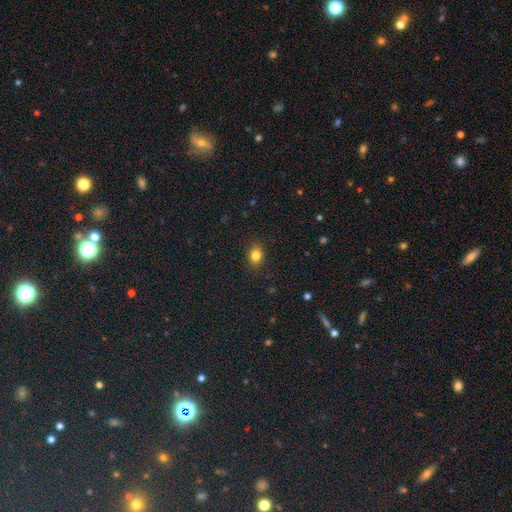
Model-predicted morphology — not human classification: The model was most divided on "how rounded": in between: 63%, round: 35%, cigar-shaped: 1%. More confident: merging — none (88%); smooth or featured — smooth (82%).